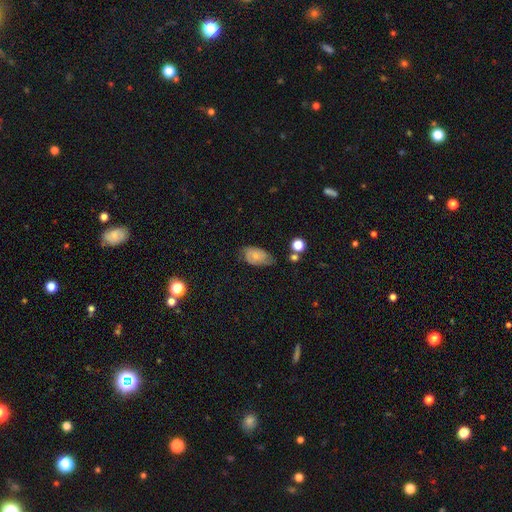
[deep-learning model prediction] Overall: smooth (48%; featured or disk 43%). Merging: none (49%; minor disturbance 35%).